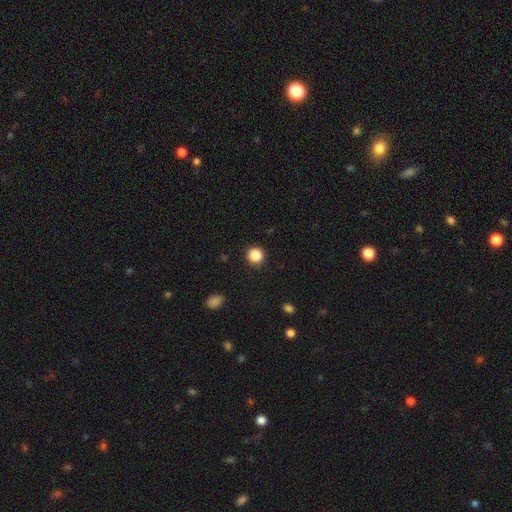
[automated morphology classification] Smooth or featured?
  - smooth: 88% *
  - star or artifact: 10%
  - featured or disk: 2%
How rounded?
  - round: 94% *
  - in between: 5%
  - cigar-shaped: 1%
Merging?
  - none: 92% *
  - minor disturbance: 5%
  - major disturbance: 2%
  - merger: 1%